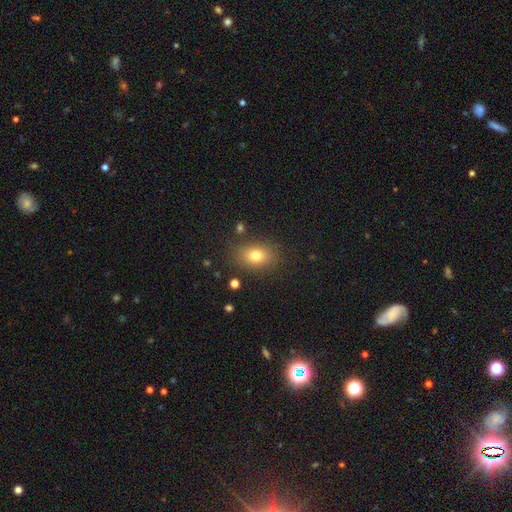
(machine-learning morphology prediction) Smooth or featured? smooth (77%)
How rounded? in between (70%)
Merging? none (83%)